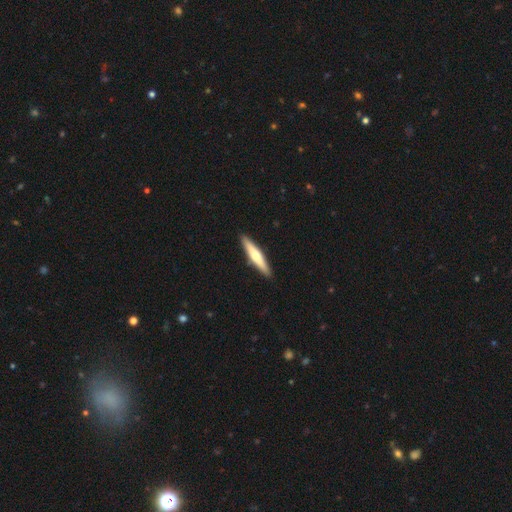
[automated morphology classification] The model was most divided on "smooth or featured": featured or disk: 49%, smooth: 46%, star or artifact: 5%. More confident: merging — none (91%).